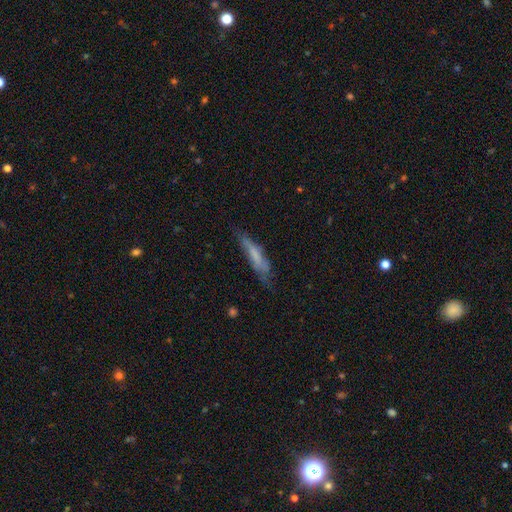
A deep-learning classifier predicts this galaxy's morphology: Smooth or featured?
  - smooth: 54% *
  - featured or disk: 38%
  - star or artifact: 8%
How rounded?
  - cigar-shaped: 81% *
  - in between: 17%
  - round: 2%
Merging?
  - none: 59% *
  - minor disturbance: 27%
  - major disturbance: 11%
  - merger: 3%